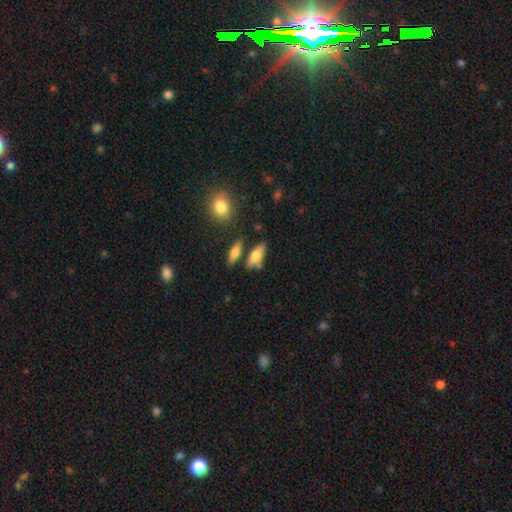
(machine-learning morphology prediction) Smooth or featured?
  - smooth: 73% *
  - featured or disk: 20%
  - star or artifact: 7%
How rounded?
  - in between: 63% *
  - cigar-shaped: 33%
  - round: 4%
Merging?
  - none: 66% *
  - minor disturbance: 15%
  - merger: 14%
  - major disturbance: 5%